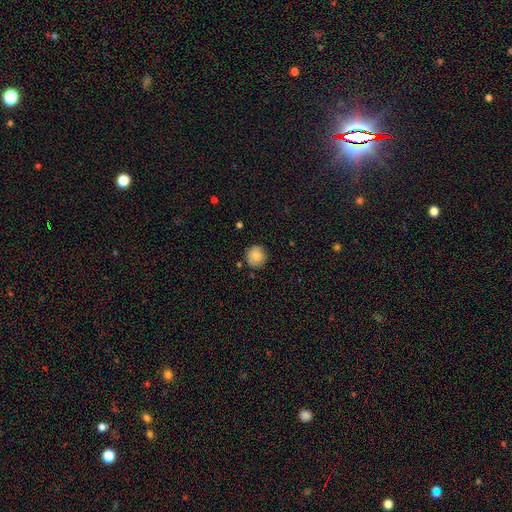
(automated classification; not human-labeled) A smooth galaxy with no disk features (86%) that is round (92%). Merging: none (86%).